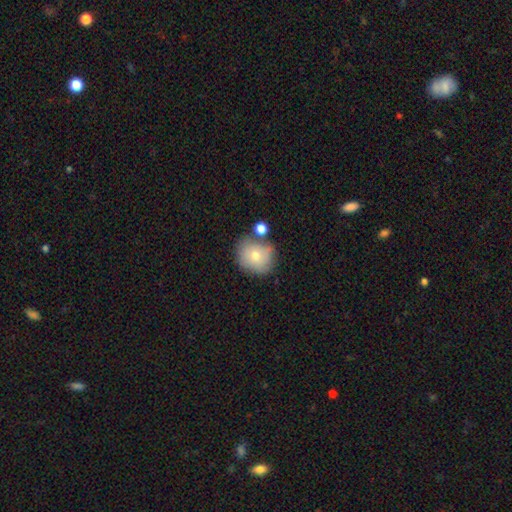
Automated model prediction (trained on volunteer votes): The model was most divided on "merging": none: 59%, minor disturbance: 19%, merger: 17%, major disturbance: 6%. More confident: how rounded — round (78%); smooth or featured — smooth (71%).